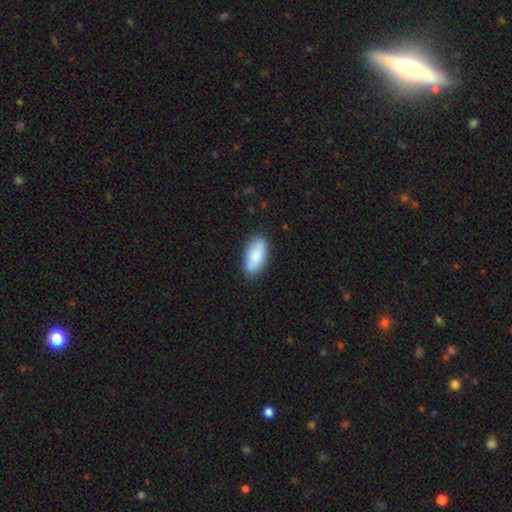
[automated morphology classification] The model was most divided on "smooth or featured": smooth: 82%, featured or disk: 12%, star or artifact: 6%. More confident: how rounded — in between (89%); merging — none (83%).